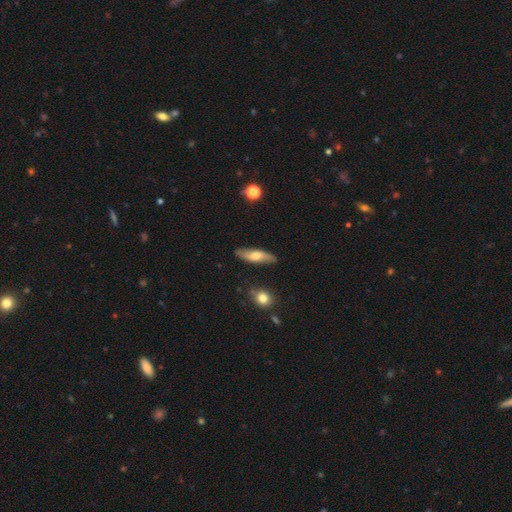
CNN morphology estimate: This appears to be a smooth galaxy with no disk features (57%) that is cigar-shaped (54%). Merging: none (84%).